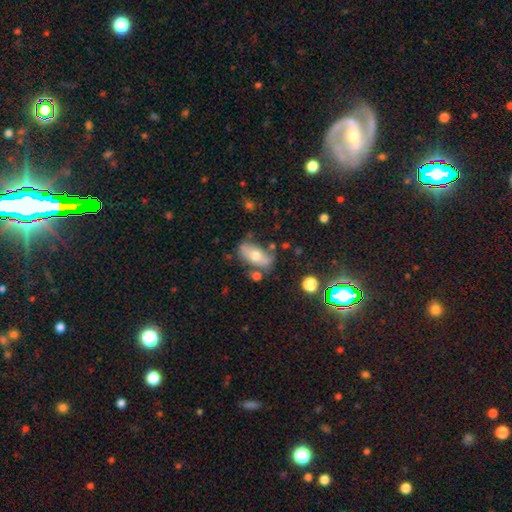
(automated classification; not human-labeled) Smooth or featured: smooth — 57% (featured or disk — 35%)
How rounded: in between — 87% (round — 6%)
Merging: none — 61% (minor disturbance — 21%)